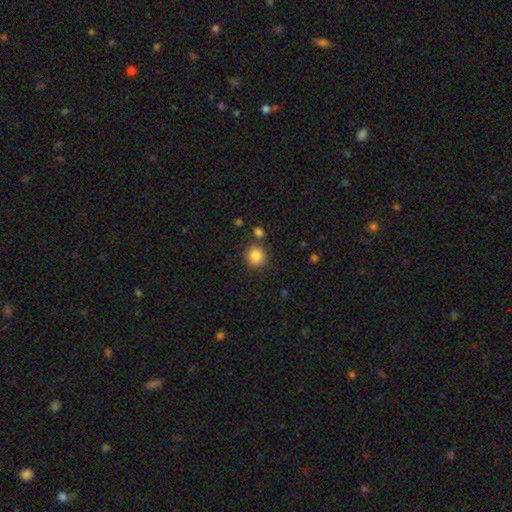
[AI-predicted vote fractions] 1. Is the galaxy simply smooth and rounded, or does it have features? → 85% smooth, 10% star or artifact, 5% featured or disk.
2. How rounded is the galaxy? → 88% round, 11% in between, 1% cigar-shaped.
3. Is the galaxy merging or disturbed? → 82% none, 8% minor disturbance, 7% merger, 3% major disturbance.